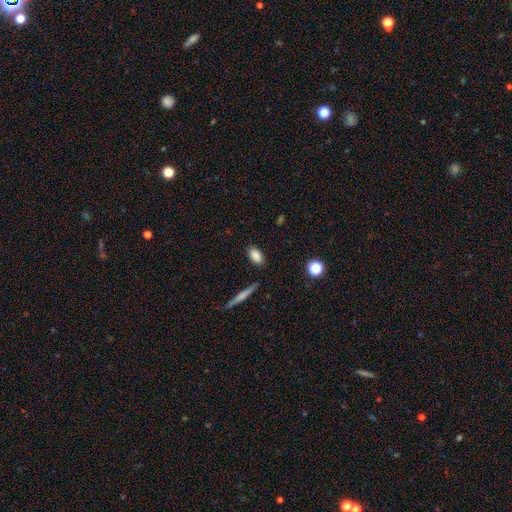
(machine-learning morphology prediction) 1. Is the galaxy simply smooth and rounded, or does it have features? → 85% smooth, 8% star or artifact, 7% featured or disk.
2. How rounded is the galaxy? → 87% in between, 8% cigar-shaped, 5% round.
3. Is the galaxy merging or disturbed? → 85% none, 10% minor disturbance, 2% major disturbance, 2% merger.